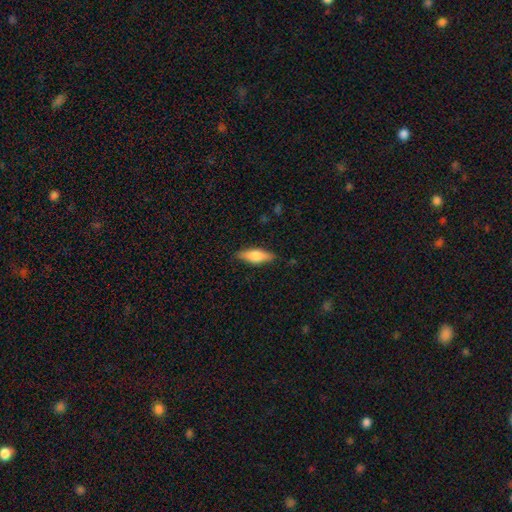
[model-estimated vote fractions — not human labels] The model was most divided on "how rounded": in between: 56%, cigar-shaped: 41%, round: 3%. More confident: merging — none (85%); smooth or featured — smooth (61%).